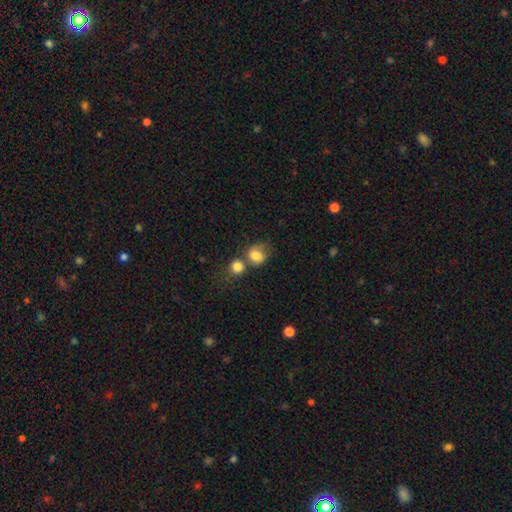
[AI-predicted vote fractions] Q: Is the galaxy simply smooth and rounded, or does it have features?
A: smooth — 78%.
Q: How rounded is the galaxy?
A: round — 69%.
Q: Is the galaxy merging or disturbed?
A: merger — 45%.